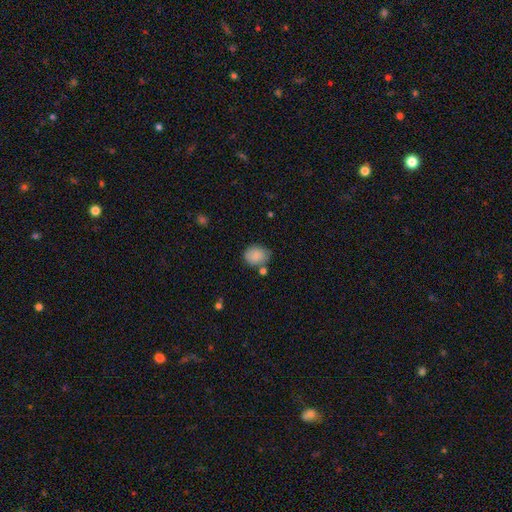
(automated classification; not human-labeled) smooth_or_featured: smooth (p=0.84) [alt: featured or disk p=0.08]
how_rounded: round (p=0.52) [alt: in between p=0.47]
merging: none (p=0.68) [alt: minor disturbance p=0.20]